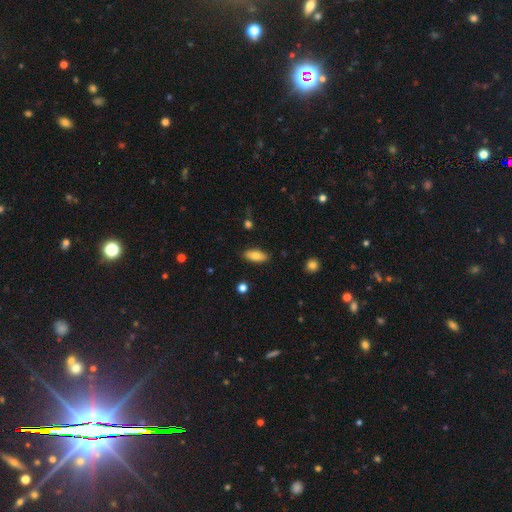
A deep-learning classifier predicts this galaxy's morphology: smooth 80%, featured or disk 13%, star or artifact 7%. Down the decision tree: how rounded — in between (84%); merging — none (87%).